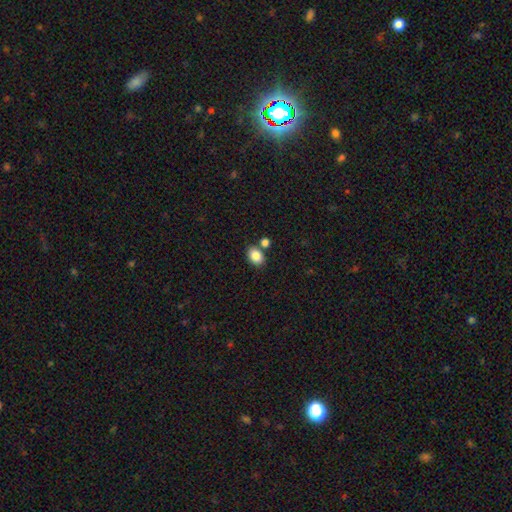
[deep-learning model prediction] A smooth galaxy with no disk features (86%) that is in between round and cigar-shaped (68%).

Vote fractions:
- Smooth or featured? smooth: 86% / star or artifact: 9% / featured or disk: 6%
- How rounded? in between: 68% / round: 31% / cigar-shaped: 1%
- Merging? none: 70% / merger: 17% / minor disturbance: 10% / major disturbance: 3%